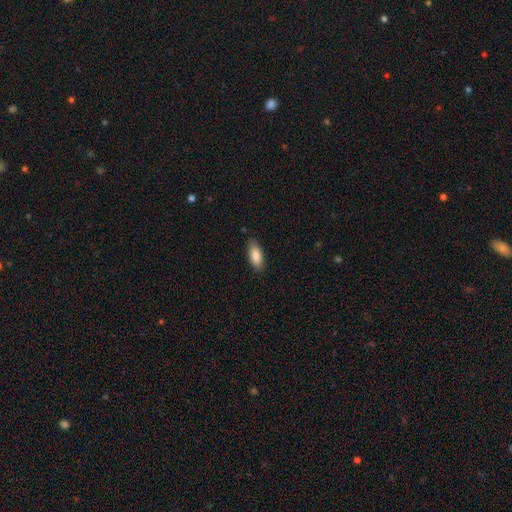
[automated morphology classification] A smooth galaxy with no disk features (86%) that is in between round and cigar-shaped (80%). Merging: none (85%).